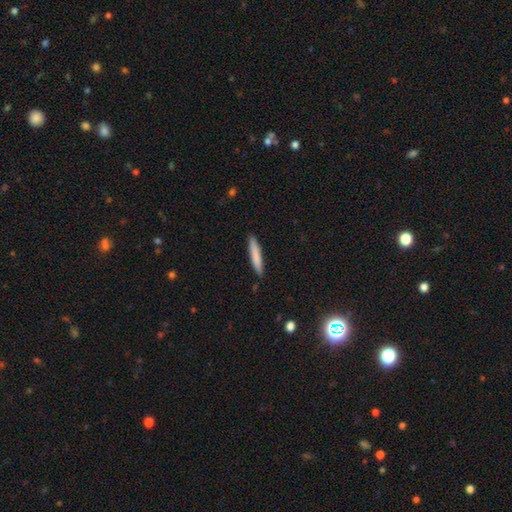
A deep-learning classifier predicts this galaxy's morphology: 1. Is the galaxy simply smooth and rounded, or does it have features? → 81% smooth, 14% featured or disk, 6% star or artifact.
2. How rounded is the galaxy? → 92% cigar-shaped, 6% in between, 1% round.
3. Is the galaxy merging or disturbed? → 90% none, 8% minor disturbance, 1% major disturbance, 1% merger.